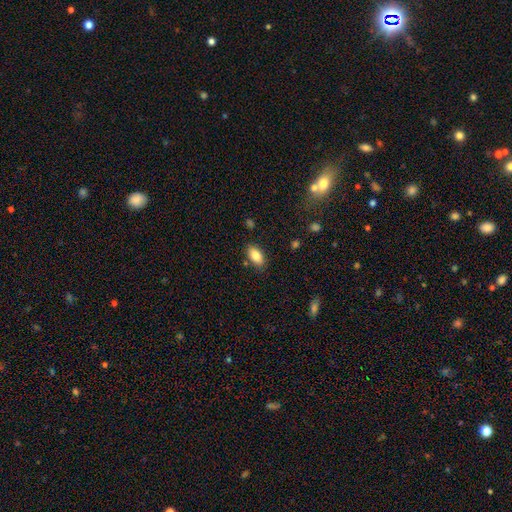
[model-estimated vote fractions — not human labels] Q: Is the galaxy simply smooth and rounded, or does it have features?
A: smooth — 85%.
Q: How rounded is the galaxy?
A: in between — 91%.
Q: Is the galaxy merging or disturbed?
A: none — 83%.